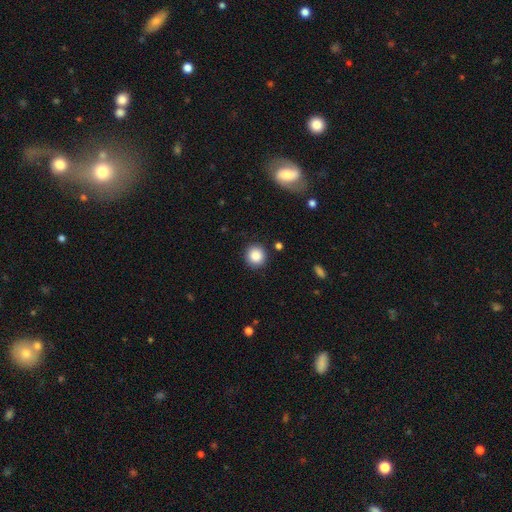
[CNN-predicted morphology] Smooth or featured: smooth — 87% (star or artifact — 10%)
How rounded: round — 92% (in between — 7%)
Merging: none — 89% (minor disturbance — 7%)